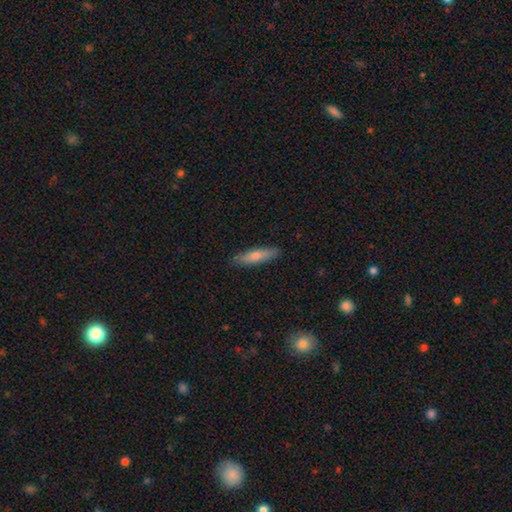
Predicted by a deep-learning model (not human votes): Q: Smooth or featured?
A: smooth (67%); runner-up: featured or disk (27%)
Q: How rounded?
A: cigar-shaped (80%); runner-up: in between (19%)
Q: Merging?
A: none (89%); runner-up: minor disturbance (8%)